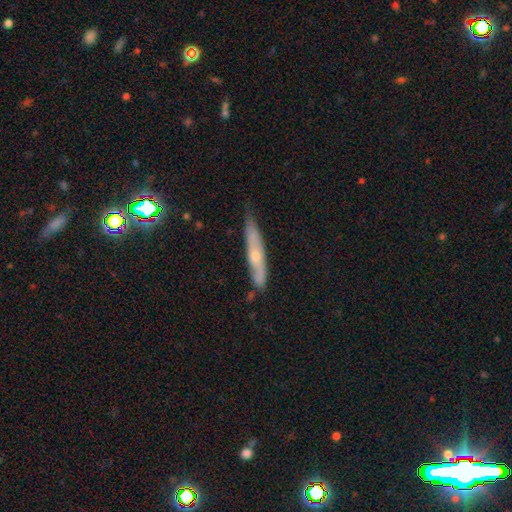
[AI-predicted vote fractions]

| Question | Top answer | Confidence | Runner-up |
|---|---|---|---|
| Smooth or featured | featured or disk | 56% | smooth (37%) |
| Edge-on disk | yes | 74% | no (26%) |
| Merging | none | 69% | minor disturbance (25%) |